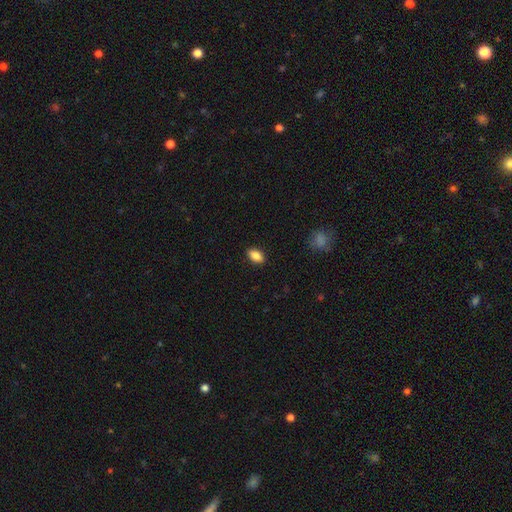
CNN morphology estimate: Smooth or featured?
  - smooth: 87% *
  - star or artifact: 8%
  - featured or disk: 5%
How rounded?
  - in between: 89% *
  - round: 7%
  - cigar-shaped: 3%
Merging?
  - none: 89% *
  - minor disturbance: 8%
  - major disturbance: 2%
  - merger: 1%